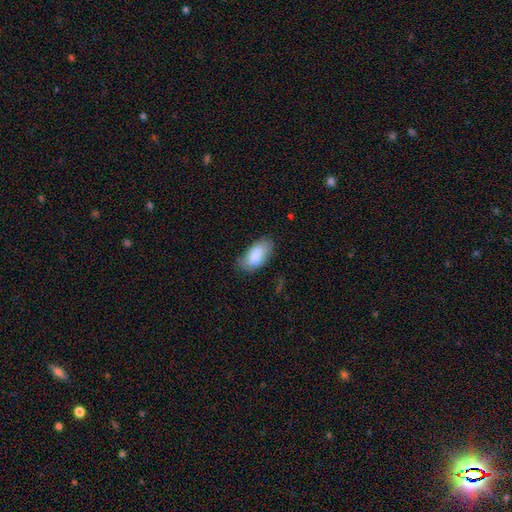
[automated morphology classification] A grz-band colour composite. It shows a smooth galaxy with no disk features (84%) that is in between round and cigar-shaped (94%). Merging: none (71%).